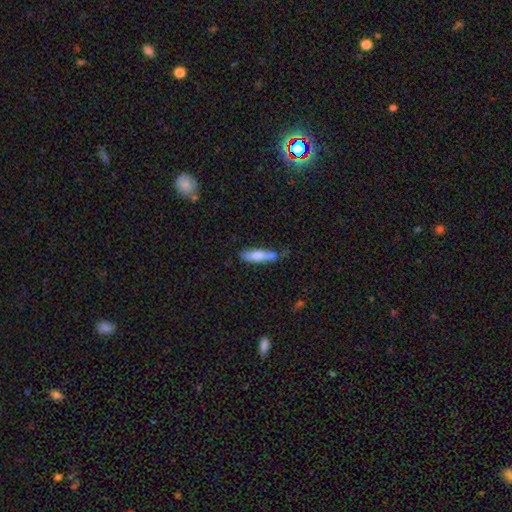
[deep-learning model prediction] Smooth or featured: smooth — 60% (featured or disk — 30%)
How rounded: cigar-shaped — 75% (in between — 23%)
Merging: none — 63% (minor disturbance — 21%)